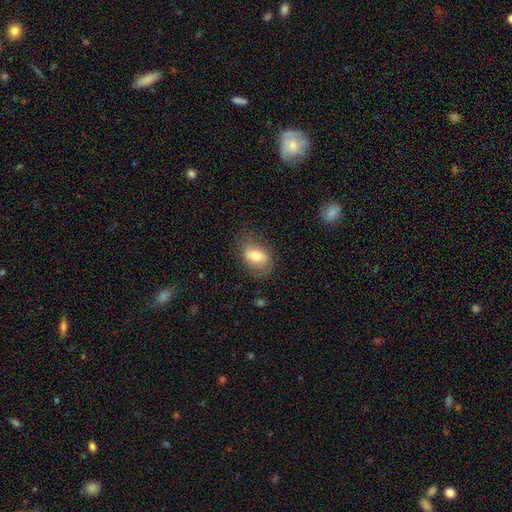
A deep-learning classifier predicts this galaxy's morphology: smooth-or-featured: smooth: 64% | featured or disk: 28% | star or artifact: 8%
  how-rounded: in between: 75% | round: 24% | cigar-shaped: 1%
  merging: none: 69% | minor disturbance: 21% | major disturbance: 8% | merger: 1%